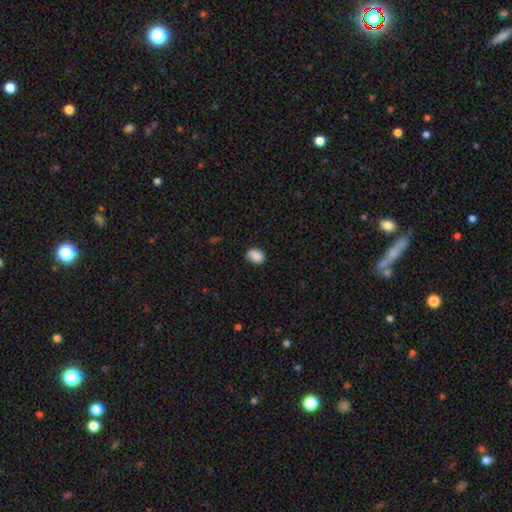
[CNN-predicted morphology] Overall: smooth (87%). How rounded: in between (60%; round 39%). Merging: none (76%).